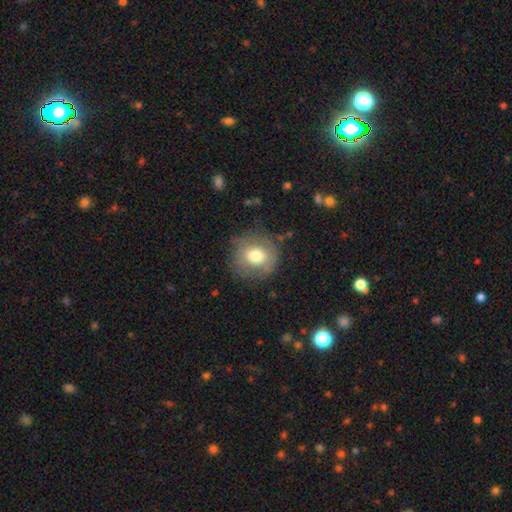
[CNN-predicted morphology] smooth_or_featured: smooth (p=0.71) [alt: featured or disk p=0.19]
how_rounded: round (p=0.90) [alt: in between p=0.09]
merging: none (p=0.80) [alt: minor disturbance p=0.13]